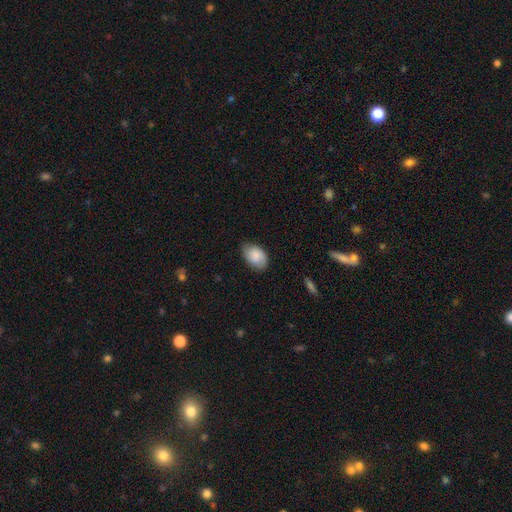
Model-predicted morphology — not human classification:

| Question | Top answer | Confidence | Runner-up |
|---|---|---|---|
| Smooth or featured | smooth | 82% | featured or disk (11%) |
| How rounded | in between | 87% | round (11%) |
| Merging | none | 73% | minor disturbance (22%) |